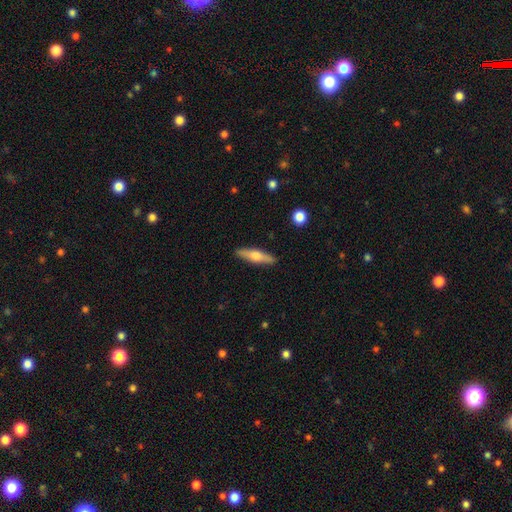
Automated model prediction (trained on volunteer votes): A featured or disk galaxy (51%) viewed edge-on (93%).

Vote fractions:
- Smooth or featured? featured or disk: 51% / smooth: 43% / star or artifact: 6%
- Edge-on disk? yes: 93% / no: 7%
- Merging? none: 90% / minor disturbance: 7% / major disturbance: 2% / merger: 1%